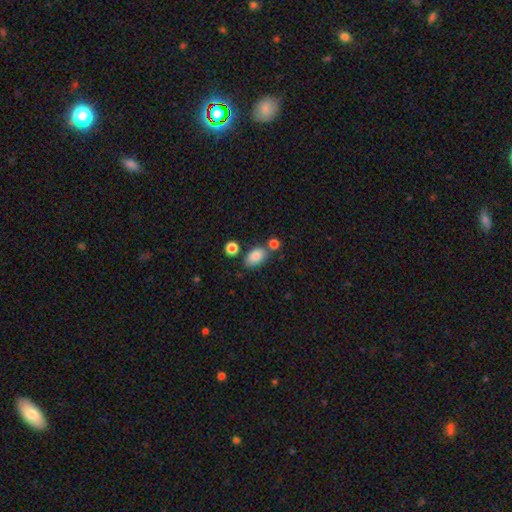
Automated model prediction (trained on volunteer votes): smooth 84%, star or artifact 8%, featured or disk 8%. Down the decision tree: how rounded — in between (89%); merging — none (66%).